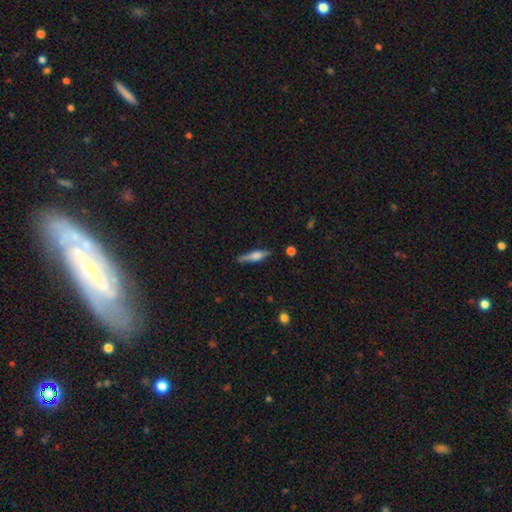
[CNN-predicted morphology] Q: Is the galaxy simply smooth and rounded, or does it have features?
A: featured or disk — 50%.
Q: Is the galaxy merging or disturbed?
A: none — 83%.